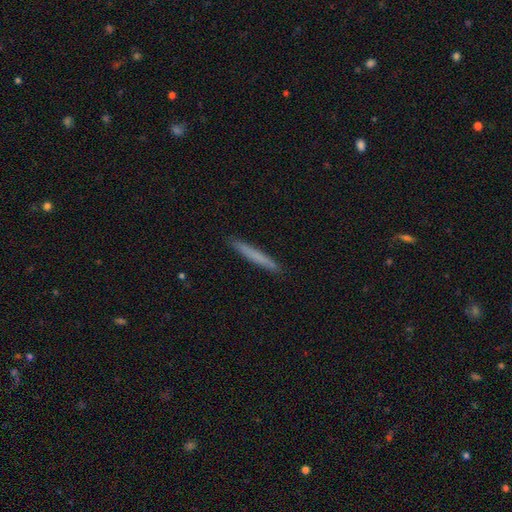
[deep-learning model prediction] A smooth galaxy with no disk features (70%) that is cigar-shaped (97%).

Vote fractions:
- Smooth or featured? smooth: 70% / featured or disk: 24% / star or artifact: 6%
- How rounded? cigar-shaped: 97% / in between: 2% / round: 1%
- Merging? none: 91% / minor disturbance: 6% / major disturbance: 1% / merger: 1%